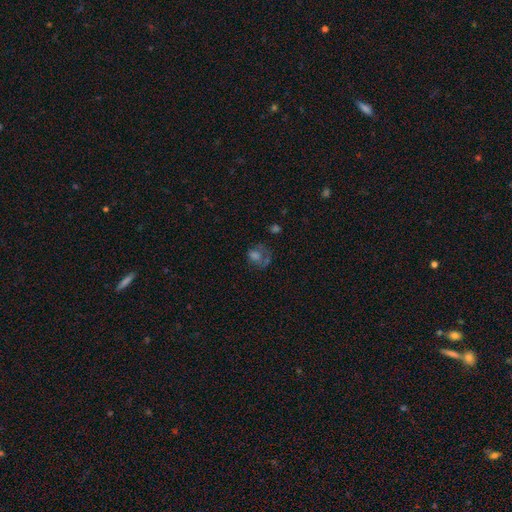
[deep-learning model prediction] A smooth galaxy with no disk features (41%).

Vote fractions:
- Smooth or featured? smooth: 41% / featured or disk: 36% / star or artifact: 24%
- Merging? none: 44% / major disturbance: 31% / minor disturbance: 19% / merger: 6%